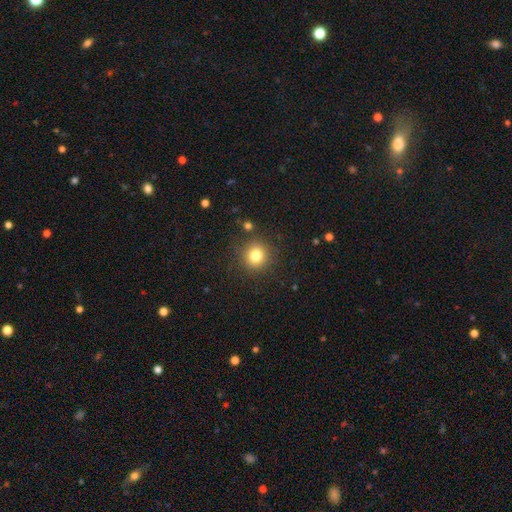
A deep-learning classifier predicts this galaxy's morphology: smooth_or_featured: smooth (p=0.81) [alt: star or artifact p=0.13]
how_rounded: round (p=0.92) [alt: in between p=0.07]
merging: none (p=0.87) [alt: minor disturbance p=0.08]